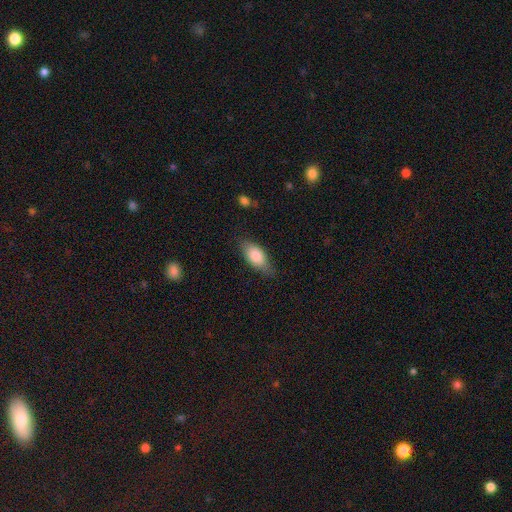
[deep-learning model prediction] A smooth galaxy with no disk features (82%) that is in between round and cigar-shaped (85%).

Vote fractions:
- Smooth or featured? smooth: 82% / featured or disk: 11% / star or artifact: 6%
- How rounded? in between: 85% / cigar-shaped: 12% / round: 3%
- Merging? none: 71% / minor disturbance: 22% / major disturbance: 5% / merger: 1%